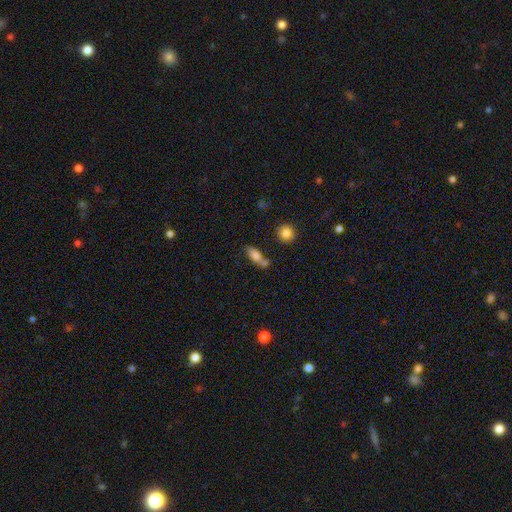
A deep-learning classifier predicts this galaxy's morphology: A smooth galaxy with no disk features (77%) that is in between round and cigar-shaped (73%).

Vote fractions:
- Smooth or featured? smooth: 77% / featured or disk: 13% / star or artifact: 10%
- How rounded? in between: 73% / cigar-shaped: 22% / round: 6%
- Merging? none: 45% / merger: 33% / minor disturbance: 15% / major disturbance: 6%